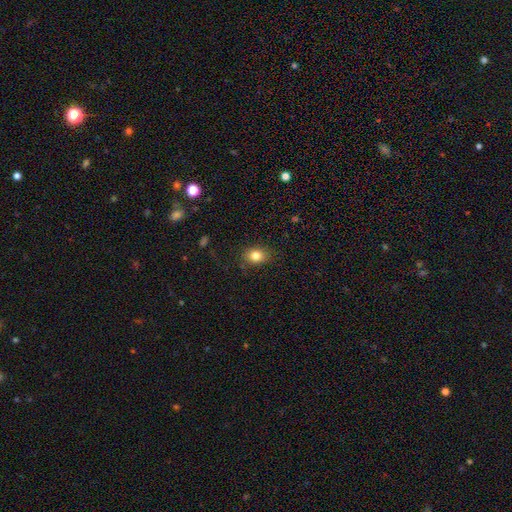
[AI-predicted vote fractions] Q: Smooth or featured?
A: smooth (83%); runner-up: star or artifact (10%)
Q: How rounded?
A: in between (53%); runner-up: round (46%)
Q: Merging?
A: none (82%); runner-up: minor disturbance (13%)